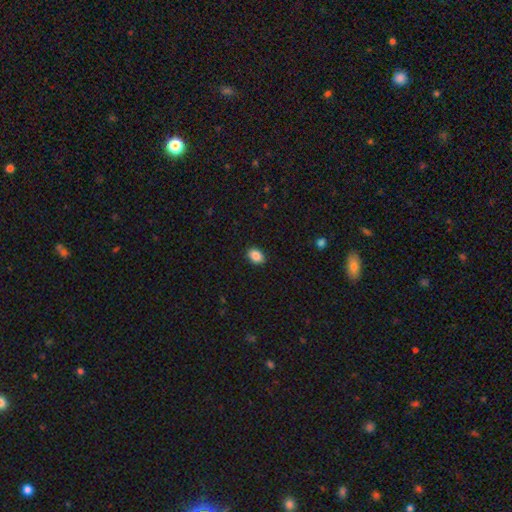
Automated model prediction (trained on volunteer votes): Morphology: type=smooth (89%); roundness=in between (79%); merging=none (90%).